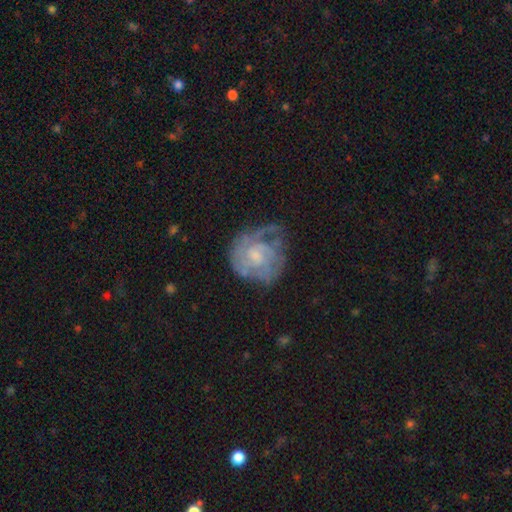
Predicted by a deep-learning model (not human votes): A featured or disk galaxy (73%) with no bar (64%), tight (55%) spiral arms (80%) and a small central bulge (41%). Merging: none (51%).